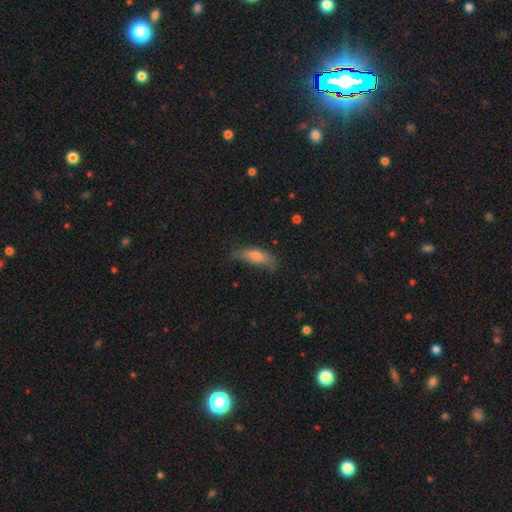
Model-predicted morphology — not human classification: Smooth or featured? smooth (72%)
How rounded? in between (62%)
Merging? none (51%)